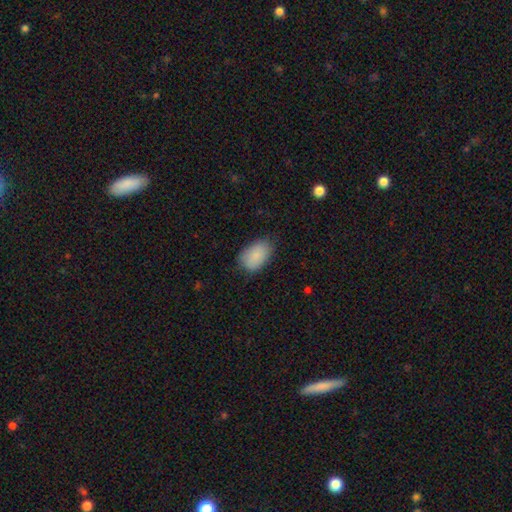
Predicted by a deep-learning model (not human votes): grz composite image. It shows a smooth galaxy with no disk features (86%) that is in between round and cigar-shaped (89%). Merging: none (71%).